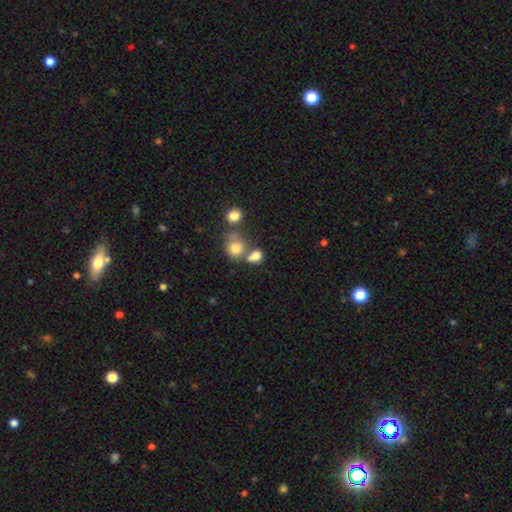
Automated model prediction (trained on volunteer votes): Overall: smooth (80%). How rounded: in between (52%; round 47%). Merging: merger (41%; none 40%).